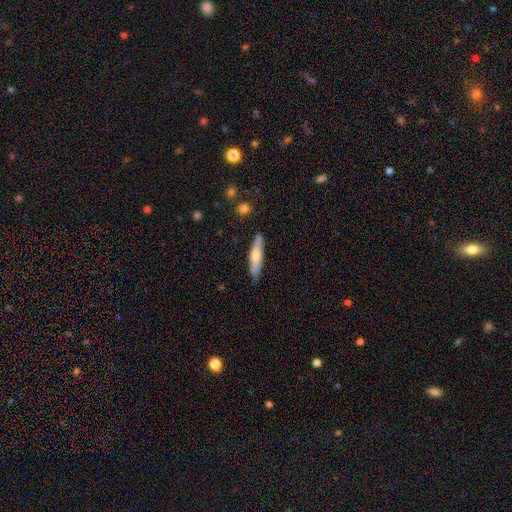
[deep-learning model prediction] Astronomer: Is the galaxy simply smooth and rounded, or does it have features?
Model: smooth — 58% (runner-up: featured or disk, 36%).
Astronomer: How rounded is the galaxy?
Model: cigar-shaped — 83%.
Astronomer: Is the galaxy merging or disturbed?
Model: none — 86%.